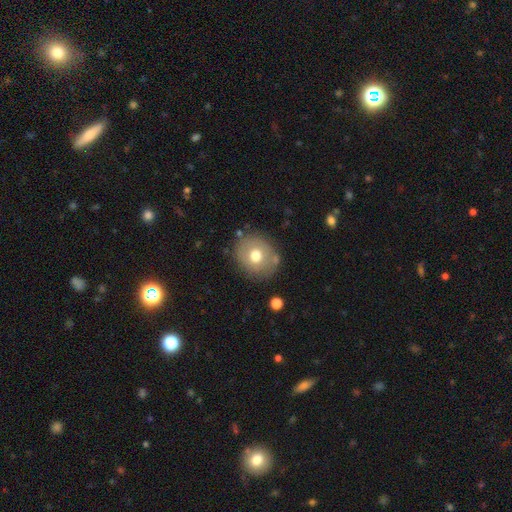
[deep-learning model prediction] Smooth or featured: smooth — 67% (featured or disk — 23%)
How rounded: round — 70% (in between — 29%)
Merging: none — 79% (minor disturbance — 13%)